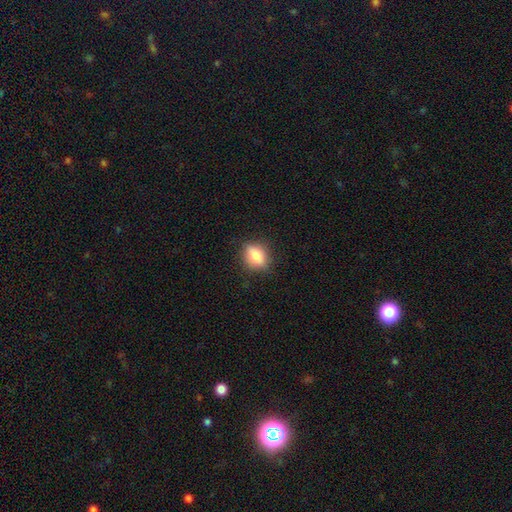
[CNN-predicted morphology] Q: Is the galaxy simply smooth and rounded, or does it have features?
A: smooth — 78%.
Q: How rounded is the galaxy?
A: in between — 59%.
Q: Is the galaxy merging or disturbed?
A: none — 81%.